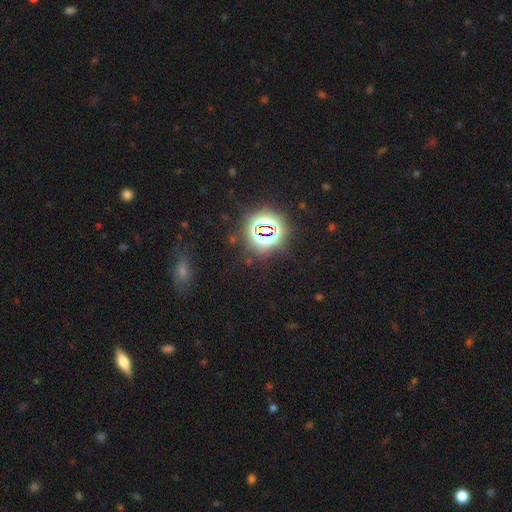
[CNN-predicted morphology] The model was most divided on "smooth or featured": star or artifact: 76%, smooth: 15%, featured or disk: 8%.